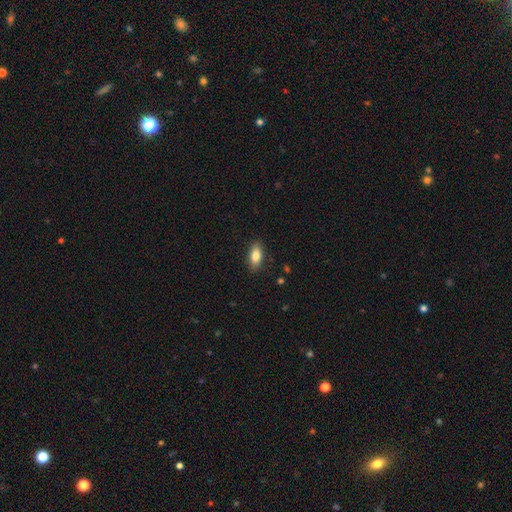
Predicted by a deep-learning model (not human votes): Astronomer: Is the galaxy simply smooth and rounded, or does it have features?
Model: smooth — 82%.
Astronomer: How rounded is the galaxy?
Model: in between — 85%.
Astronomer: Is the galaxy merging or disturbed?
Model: none — 87%.